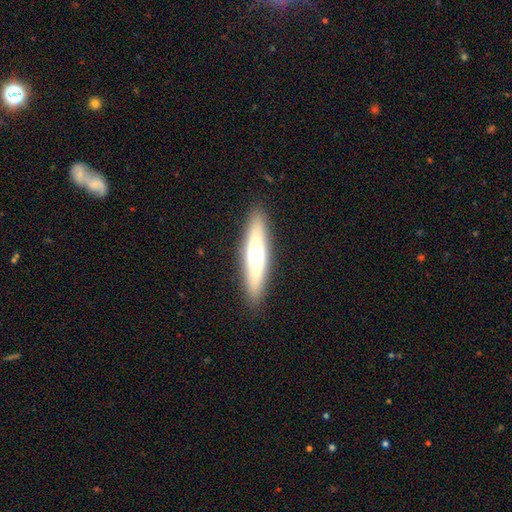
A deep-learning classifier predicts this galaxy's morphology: Smooth or featured: smooth — 50% (featured or disk — 44%)
Merging: none — 89% (minor disturbance — 8%)